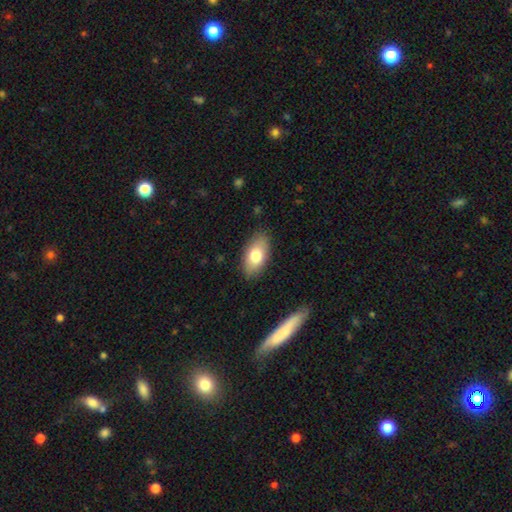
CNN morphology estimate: A smooth galaxy with no disk features (77%) that is in between round and cigar-shaped (92%). Merging: none (85%).